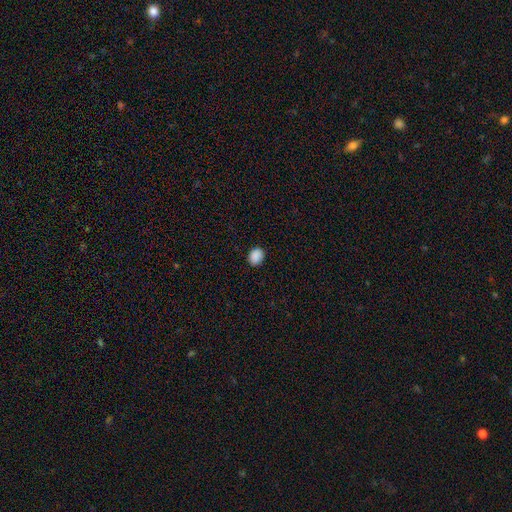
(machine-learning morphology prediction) Smooth or featured? smooth (89%)
How rounded? in between (60%)
Merging? none (88%)